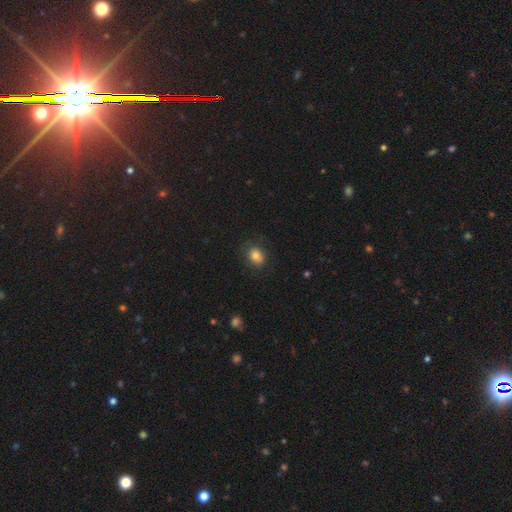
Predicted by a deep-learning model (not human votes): Smooth or featured? smooth (80%)
How rounded? in between (53%)
Merging? none (77%)